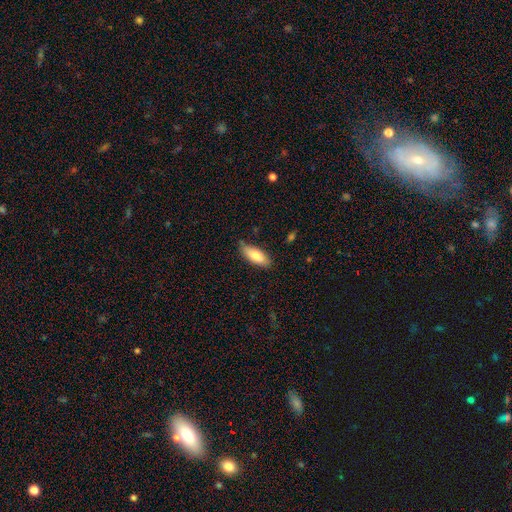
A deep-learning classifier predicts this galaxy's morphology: A smooth galaxy with no disk features (79%) that is in between round and cigar-shaped (76%). Merging: none (75%).